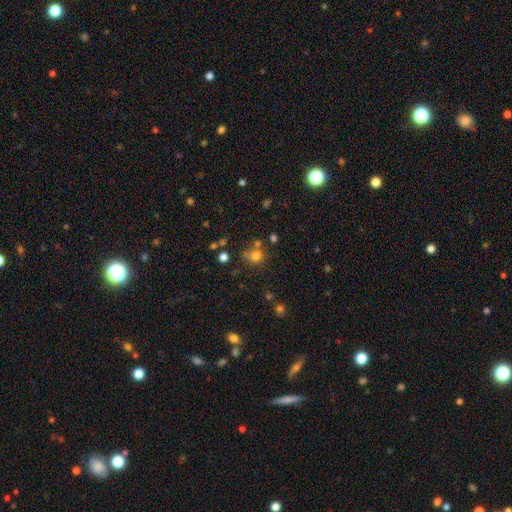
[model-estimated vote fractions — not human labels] This is likely a smooth galaxy (74%). How rounded: clearly round (82%). Merging: likely none (61%).